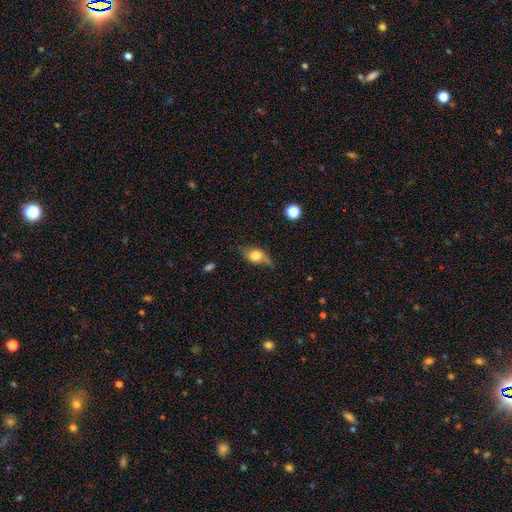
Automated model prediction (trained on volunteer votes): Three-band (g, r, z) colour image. It shows a smooth galaxy with no disk features (63%) that is in between round and cigar-shaped (63%). Merging: none (43%).